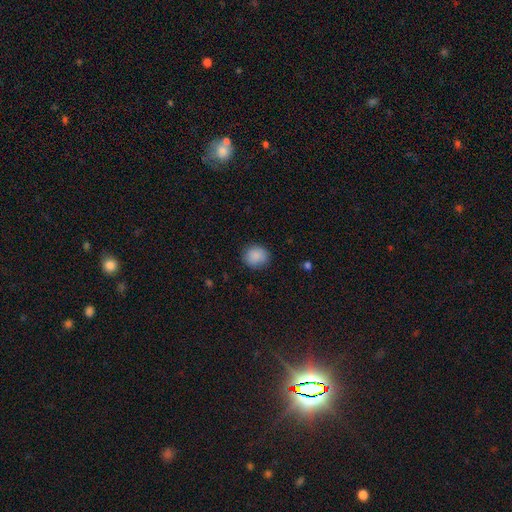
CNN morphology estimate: This is clearly a smooth galaxy (88%). How rounded: likely round (75%). Merging: clearly none (86%).